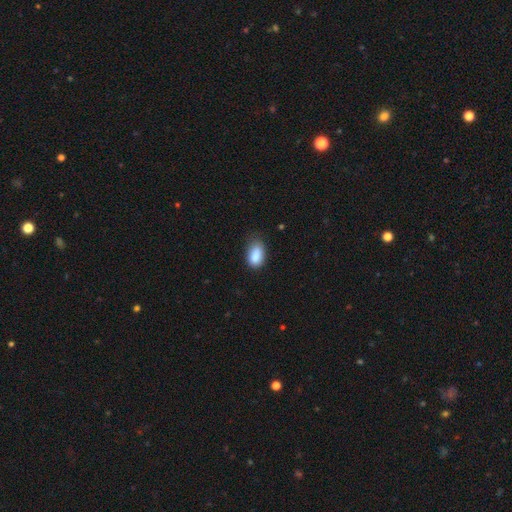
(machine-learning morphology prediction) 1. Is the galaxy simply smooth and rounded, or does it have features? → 87% smooth, 8% star or artifact, 5% featured or disk.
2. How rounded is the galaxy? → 90% in between, 8% round, 2% cigar-shaped.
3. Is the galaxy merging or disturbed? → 60% none, 32% minor disturbance, 6% major disturbance, 2% merger.